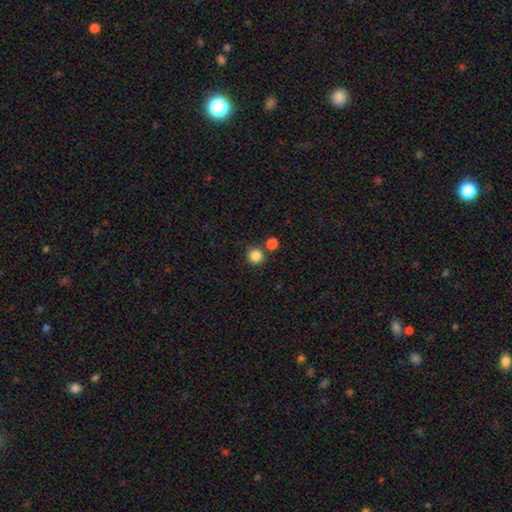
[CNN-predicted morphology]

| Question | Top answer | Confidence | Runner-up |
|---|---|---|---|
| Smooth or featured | smooth | 85% | star or artifact (11%) |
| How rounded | round | 94% | in between (5%) |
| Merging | none | 77% | merger (13%) |